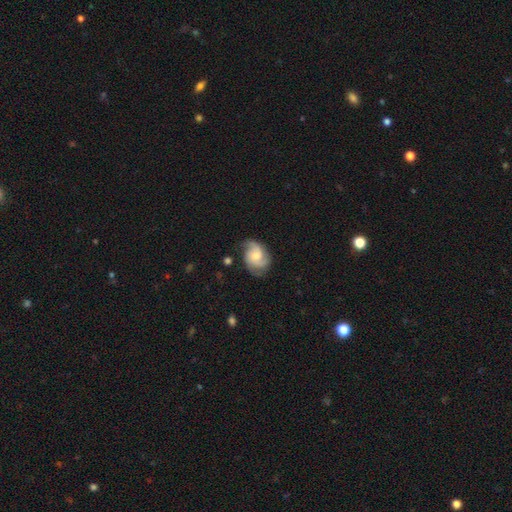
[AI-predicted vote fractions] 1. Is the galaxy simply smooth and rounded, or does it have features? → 75% featured or disk, 19% smooth, 6% star or artifact.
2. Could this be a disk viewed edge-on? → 98% no, 2% yes.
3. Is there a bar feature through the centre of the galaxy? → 65% no, 31% weak, 4% strong.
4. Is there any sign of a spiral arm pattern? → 96% yes, 4% no.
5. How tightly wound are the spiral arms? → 48% medium, 30% tight, 21% loose.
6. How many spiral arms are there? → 47% 3, 31% 2, 10% can't tell, 5% 4, 4% 1, 3% more than 4.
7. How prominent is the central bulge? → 49% moderate, 31% small, 10% large, 8% none, 2% dominant.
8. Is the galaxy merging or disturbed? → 67% none, 22% minor disturbance, 9% major disturbance, 2% merger.